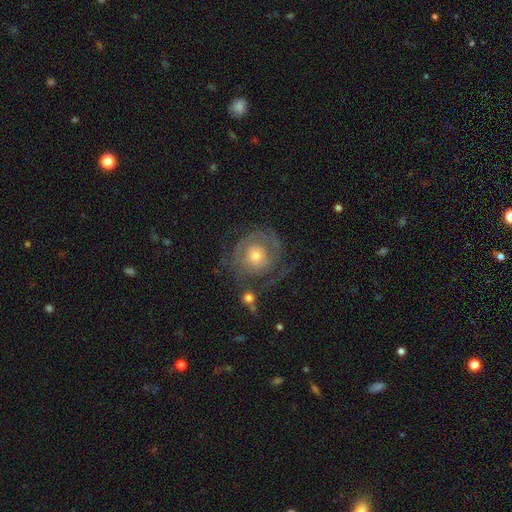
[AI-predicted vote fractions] A featured or disk galaxy (69%) with no bar (83%), tight (70%) spiral arms (75%) and a moderate central bulge (55%). Merging: none (62%).